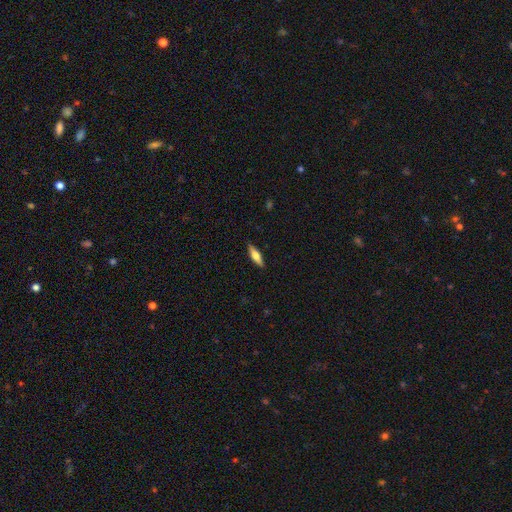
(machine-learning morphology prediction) type=smooth (51%); roundness=cigar-shaped (56%); merging=none (90%).